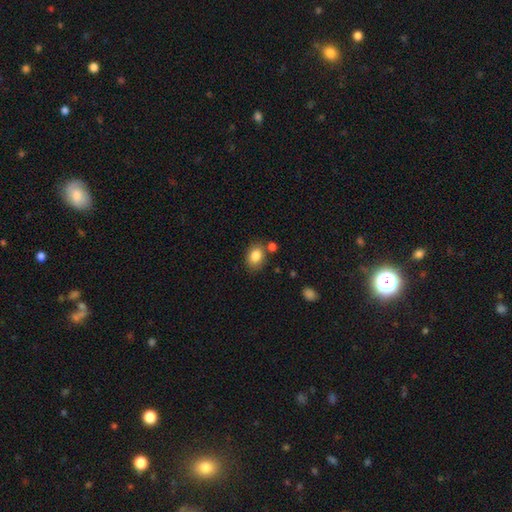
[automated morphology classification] type=smooth (84%); roundness=in between (68%); merging=none (73%).